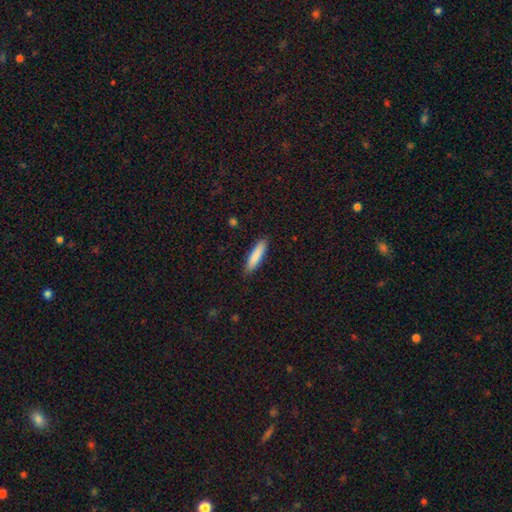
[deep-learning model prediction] This appears to be a smooth galaxy with no disk features (84%) that is cigar-shaped (81%). Merging: none (89%).